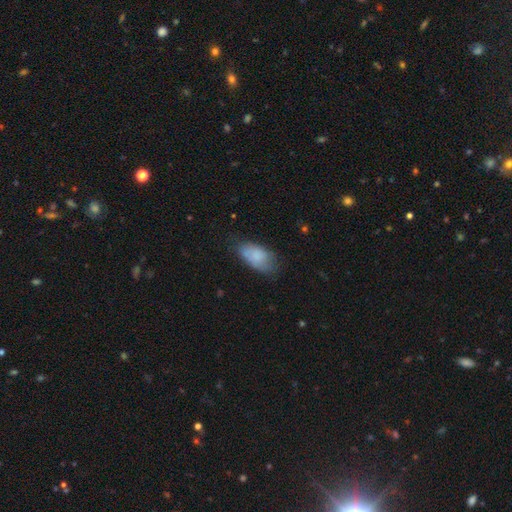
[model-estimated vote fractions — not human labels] smooth-or-featured: smooth: 79% | featured or disk: 13% | star or artifact: 7%
  how-rounded: in between: 92% | cigar-shaped: 4% | round: 4%
  merging: none: 59% | minor disturbance: 30% | major disturbance: 9% | merger: 3%